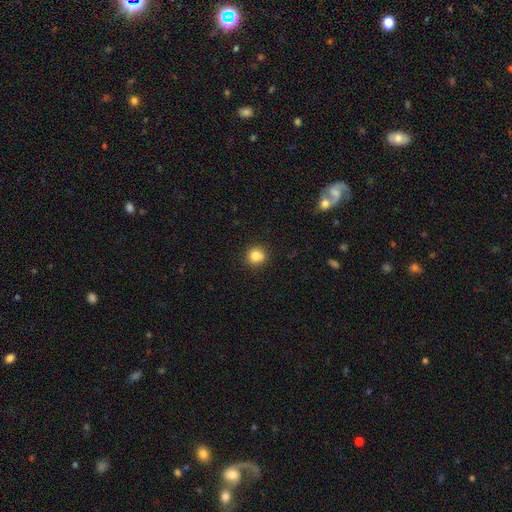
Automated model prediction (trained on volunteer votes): smooth_or_featured: smooth (p=0.82) [alt: star or artifact p=0.11]
how_rounded: round (p=0.89) [alt: in between p=0.10]
merging: none (p=0.80) [alt: minor disturbance p=0.11]